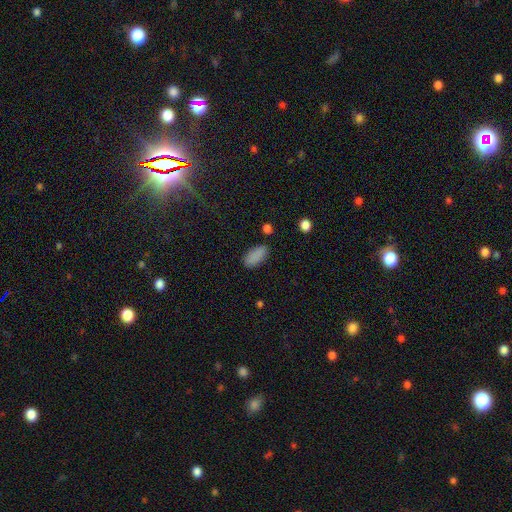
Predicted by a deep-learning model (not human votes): Q: Smooth or featured?
A: smooth (88%); runner-up: star or artifact (8%)
Q: How rounded?
A: in between (90%); runner-up: cigar-shaped (8%)
Q: Merging?
A: none (81%); runner-up: minor disturbance (14%)